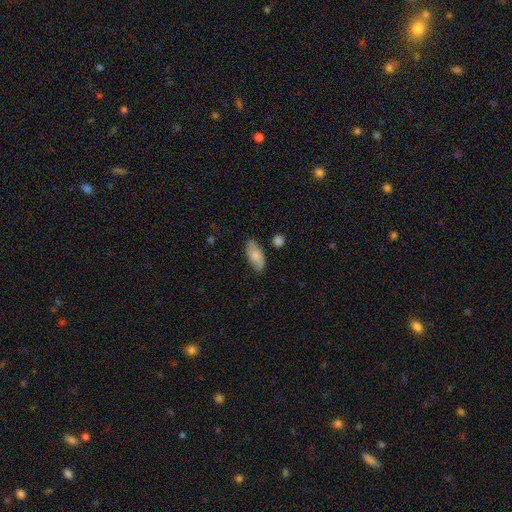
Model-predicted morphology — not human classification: This is likely a smooth galaxy (76%). How rounded: clearly in between (89%). Merging: likely none (80%).